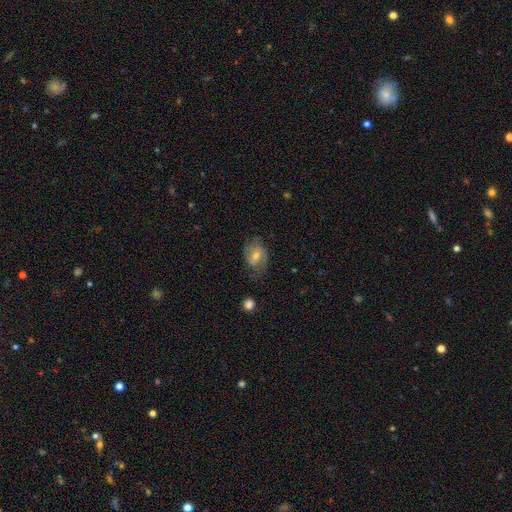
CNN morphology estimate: This is likely a featured or disk galaxy (60%). It is clearly not viewed edge-on (96%). Bar: possibly weak (47%). Spiral arm pattern: clearly yes (85%). Central bulge: possibly moderate (50%). Merging: likely none (66%).